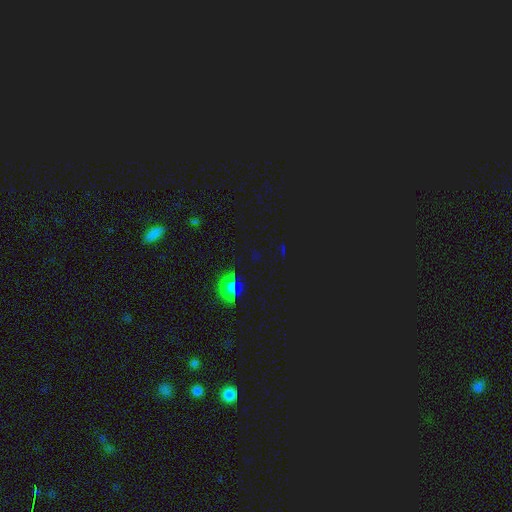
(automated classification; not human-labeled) Smooth or featured?
  - star or artifact: 72% *
  - smooth: 21%
  - featured or disk: 7%